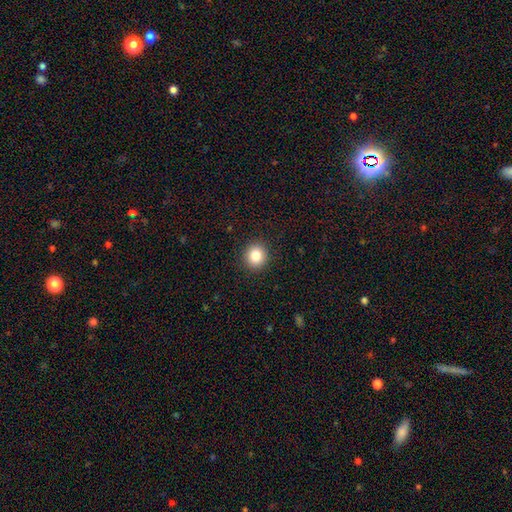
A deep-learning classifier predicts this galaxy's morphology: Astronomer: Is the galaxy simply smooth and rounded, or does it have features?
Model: smooth — 84%.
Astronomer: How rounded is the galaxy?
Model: round — 87%.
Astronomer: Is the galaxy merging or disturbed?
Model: none — 92%.